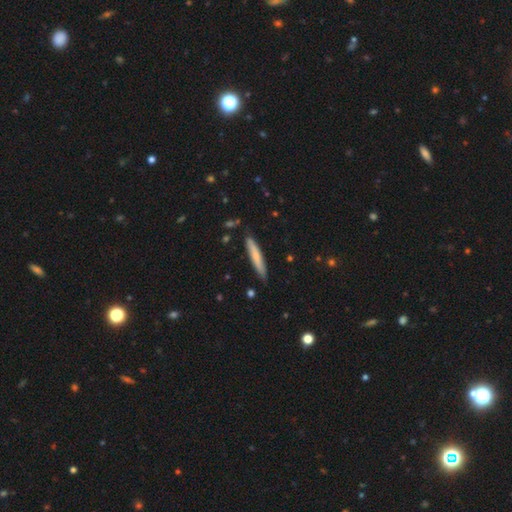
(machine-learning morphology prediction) smooth-or-featured: smooth: 69% | featured or disk: 26% | star or artifact: 5%
  how-rounded: cigar-shaped: 94% | in between: 5% | round: 1%
  merging: none: 85% | minor disturbance: 11% | merger: 2% | major disturbance: 2%